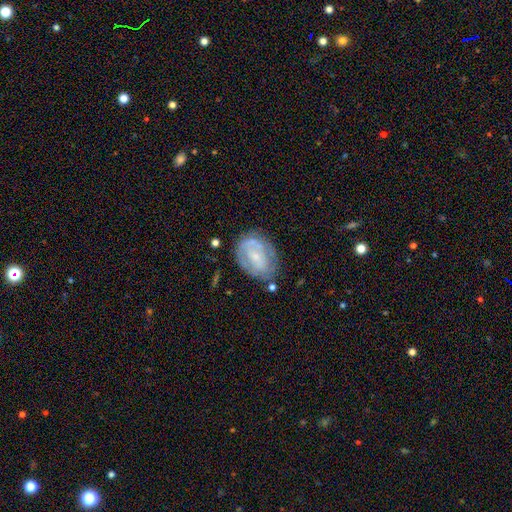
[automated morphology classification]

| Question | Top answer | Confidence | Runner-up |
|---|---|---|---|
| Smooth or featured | featured or disk | 60% | smooth (33%) |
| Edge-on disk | no | 96% | yes (4%) |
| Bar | no | 56% | weak (34%) |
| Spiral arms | yes | 57% | no (43%) |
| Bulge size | small | 64% | moderate (24%) |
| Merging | none | 60% | minor disturbance (25%) |